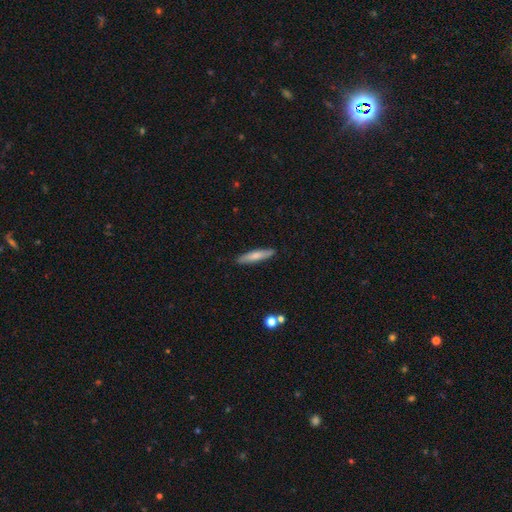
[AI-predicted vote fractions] The model was most divided on "smooth or featured": smooth: 70%, featured or disk: 24%, star or artifact: 6%. More confident: merging — none (89%); how rounded — cigar-shaped (87%).